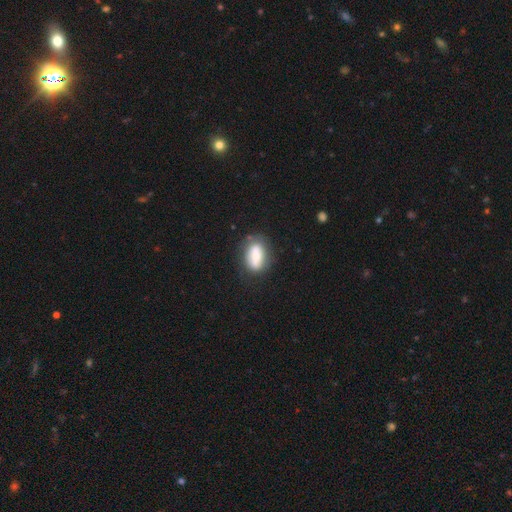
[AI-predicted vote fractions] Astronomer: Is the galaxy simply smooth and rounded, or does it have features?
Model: smooth — 66%.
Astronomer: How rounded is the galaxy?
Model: in between — 83%.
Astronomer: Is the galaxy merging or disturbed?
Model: none — 60%.